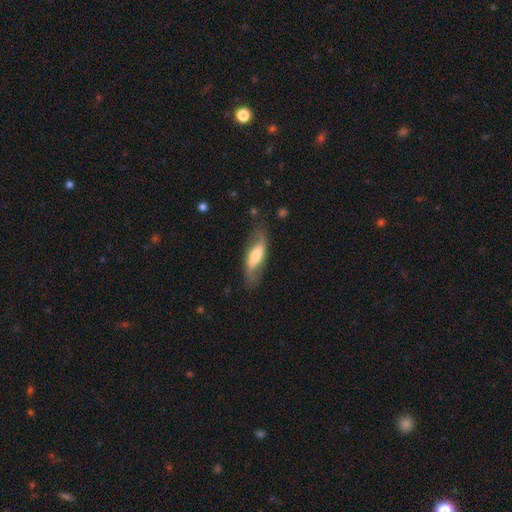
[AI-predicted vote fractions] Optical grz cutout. It shows a featured or disk galaxy (53%). Merging: none (70%).